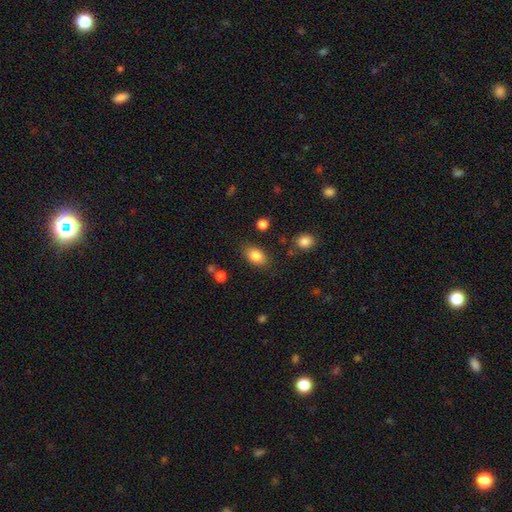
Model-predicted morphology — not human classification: Smooth or featured: smooth — 83% (featured or disk — 9%)
How rounded: in between — 87% (round — 11%)
Merging: none — 81% (minor disturbance — 12%)